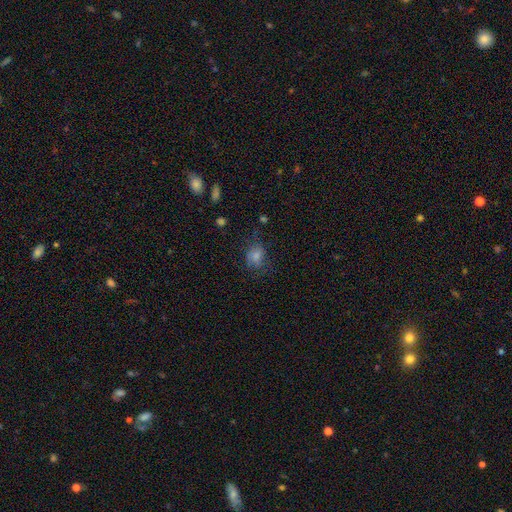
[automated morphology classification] A smooth galaxy with no disk features (58%) that is round (55%).

Vote fractions:
- Smooth or featured? smooth: 58% / star or artifact: 22% / featured or disk: 21%
- How rounded? round: 55% / in between: 43% / cigar-shaped: 1%
- Merging? none: 62% / minor disturbance: 22% / major disturbance: 14% / merger: 2%